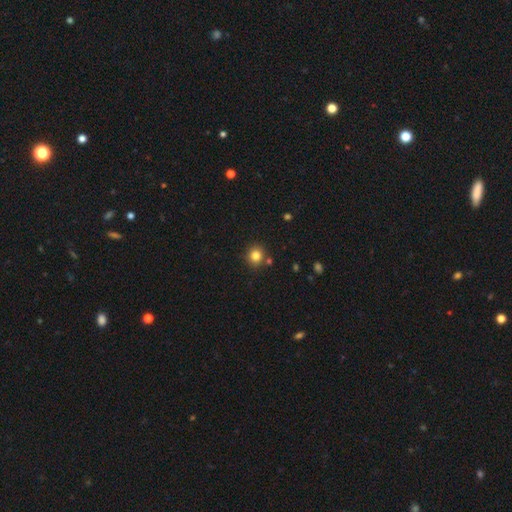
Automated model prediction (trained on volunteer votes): A smooth galaxy with no disk features (82%) that is round (88%). Merging: none (83%).